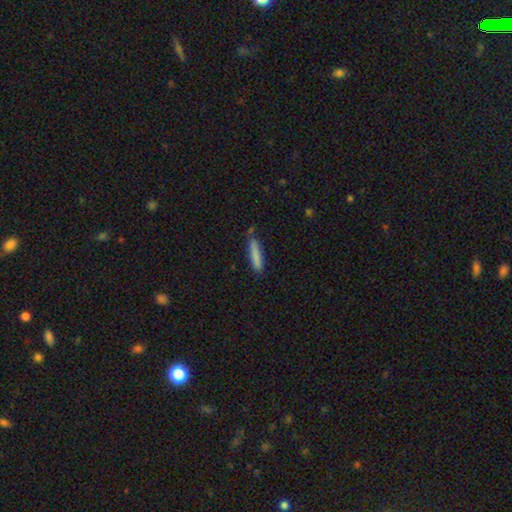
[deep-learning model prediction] Q: Smooth or featured?
A: smooth (84%); runner-up: featured or disk (10%)
Q: How rounded?
A: cigar-shaped (85%); runner-up: in between (14%)
Q: Merging?
A: none (77%); runner-up: minor disturbance (16%)